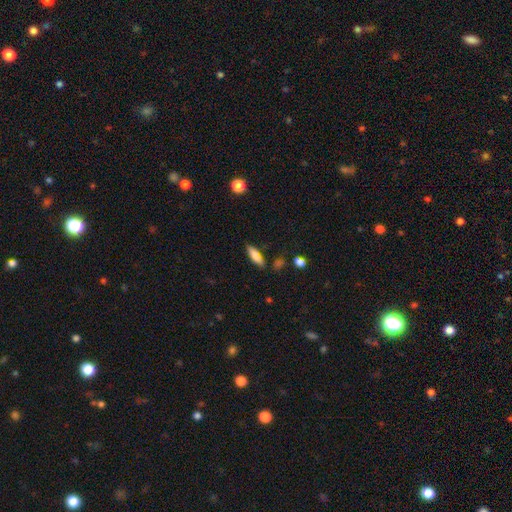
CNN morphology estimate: smooth-or-featured: smooth: 79% | featured or disk: 14% | star or artifact: 7%
  how-rounded: cigar-shaped: 57% | in between: 41% | round: 2%
  merging: none: 81% | minor disturbance: 13% | merger: 3% | major disturbance: 3%